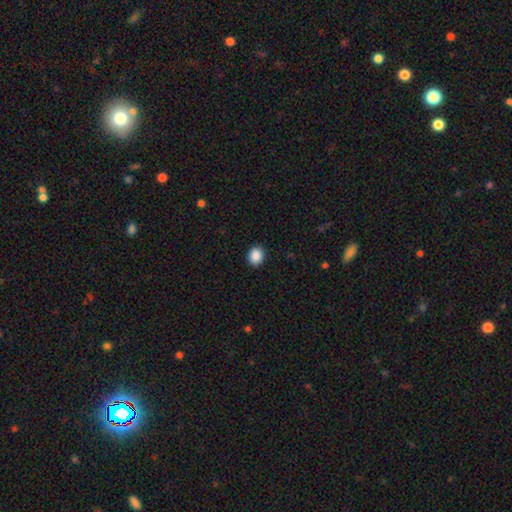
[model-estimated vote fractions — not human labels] A smooth galaxy with no disk features (89%) that is round (69%). Merging: none (91%).